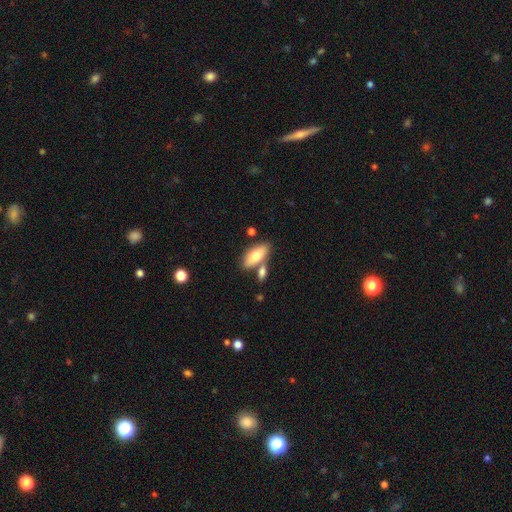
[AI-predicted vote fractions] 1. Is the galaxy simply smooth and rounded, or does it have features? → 73% smooth, 21% featured or disk, 6% star or artifact.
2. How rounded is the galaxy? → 82% in between, 15% cigar-shaped, 3% round.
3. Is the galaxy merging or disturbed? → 63% none, 22% merger, 11% minor disturbance, 3% major disturbance.